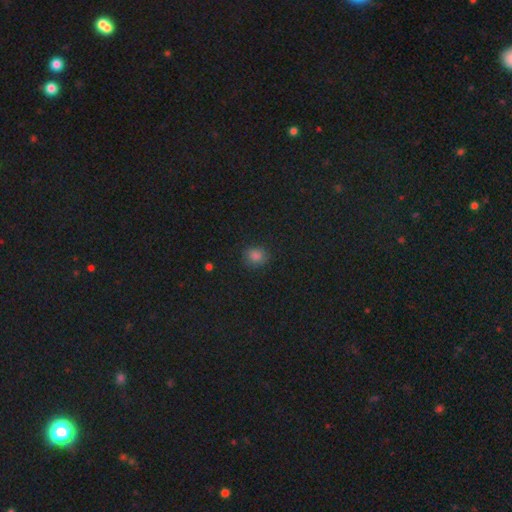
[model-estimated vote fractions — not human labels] Smooth or featured? Predicted: smooth (p=0.80). How rounded? Predicted: round (p=0.72). Merging? Predicted: none (p=0.84).